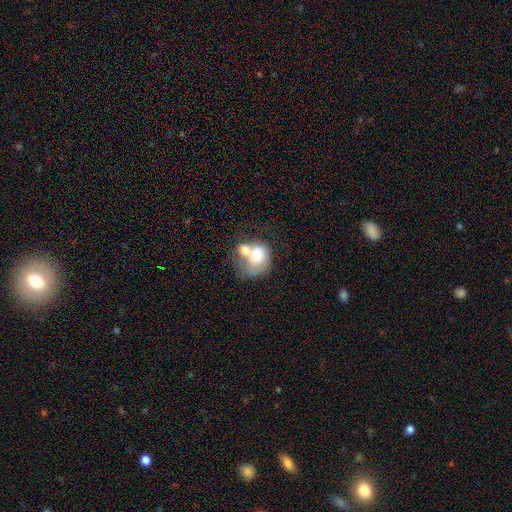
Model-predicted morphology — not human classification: This appears to be a smooth galaxy with no disk features (61%) that is round (51%). Merging: merger (64%).